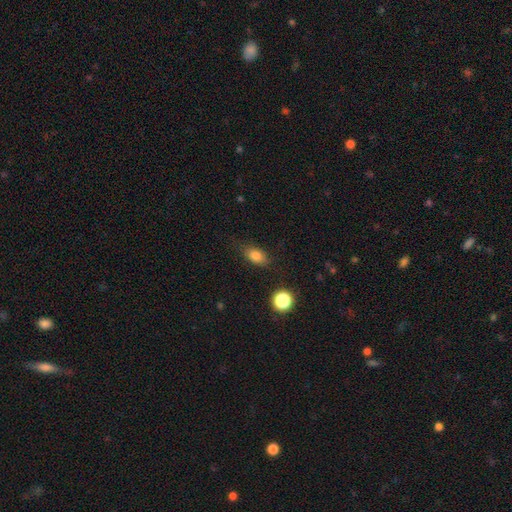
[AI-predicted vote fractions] smooth_or_featured: smooth (p=0.79) [alt: star or artifact p=0.11]
how_rounded: in between (p=0.80) [alt: round p=0.15]
merging: none (p=0.78) [alt: minor disturbance p=0.16]